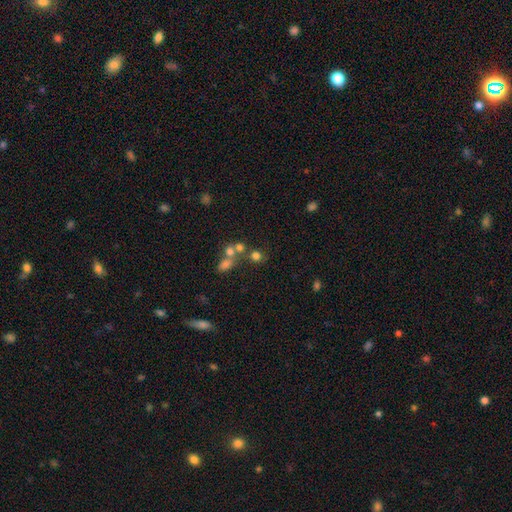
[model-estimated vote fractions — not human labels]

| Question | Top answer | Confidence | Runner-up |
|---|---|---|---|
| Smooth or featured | smooth | 69% | star or artifact (19%) |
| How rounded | round | 82% | in between (16%) |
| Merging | none | 55% | merger (30%) |